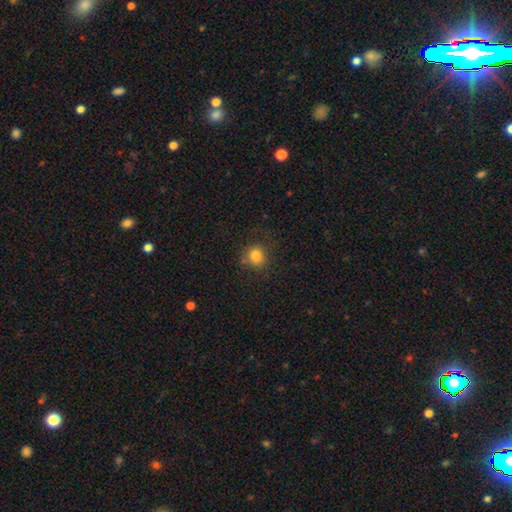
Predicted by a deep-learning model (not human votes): Smooth or featured? smooth (81%)
How rounded? round (85%)
Merging? none (76%)